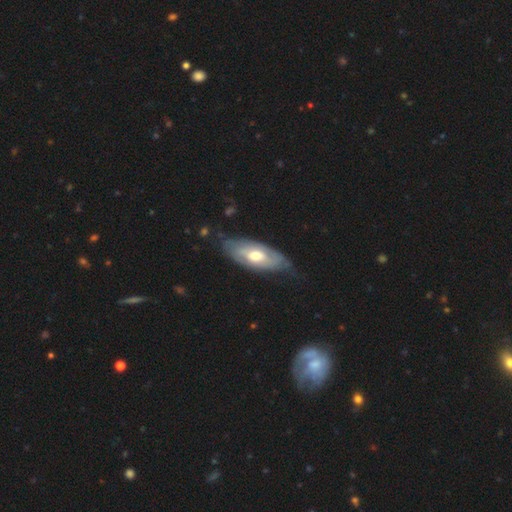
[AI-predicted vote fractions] This appears to be a featured or disk galaxy (57%). Merging: none (67%).